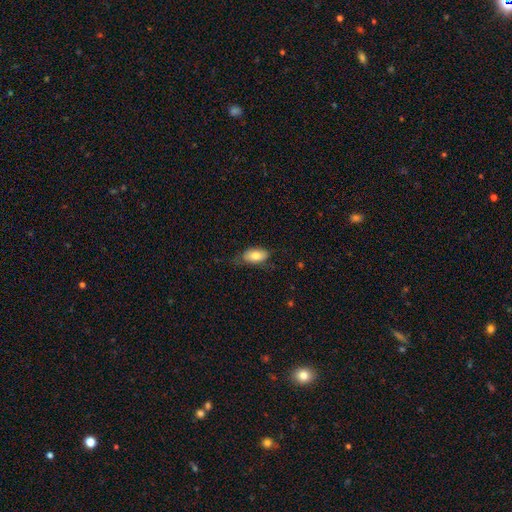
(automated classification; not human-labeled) A smooth galaxy with no disk features (78%) that is in between round and cigar-shaped (91%).

Vote fractions:
- Smooth or featured? smooth: 78% / featured or disk: 15% / star or artifact: 7%
- How rounded? in between: 91% / cigar-shaped: 5% / round: 4%
- Merging? none: 63% / minor disturbance: 28% / major disturbance: 8% / merger: 1%